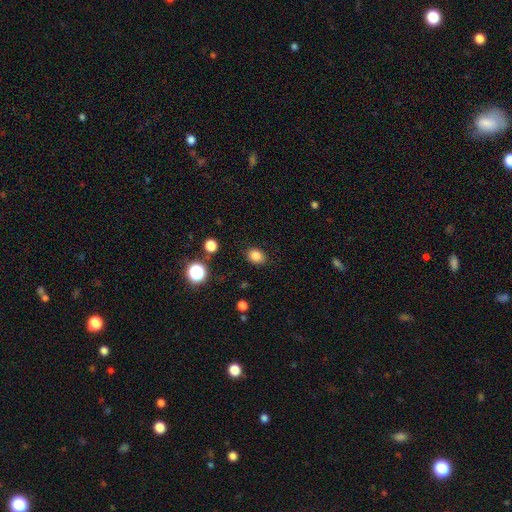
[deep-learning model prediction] smooth_or_featured: smooth (p=0.83) [alt: star or artifact p=0.12]
how_rounded: in between (p=0.57) [alt: round p=0.42]
merging: none (p=0.86) [alt: minor disturbance p=0.10]